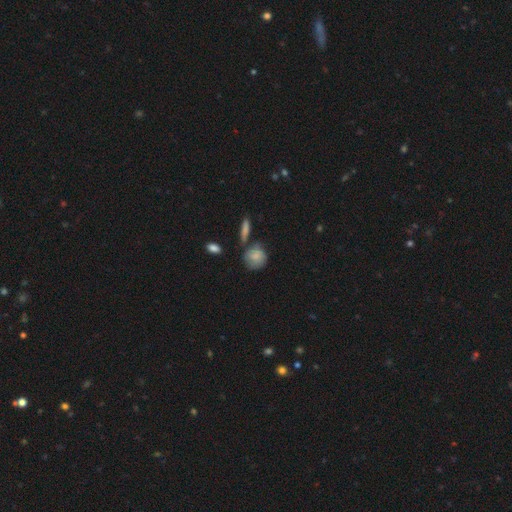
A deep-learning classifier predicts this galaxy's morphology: Smooth or featured: smooth — 78% (featured or disk — 15%)
How rounded: round — 76% (in between — 22%)
Merging: none — 58% (minor disturbance — 21%)